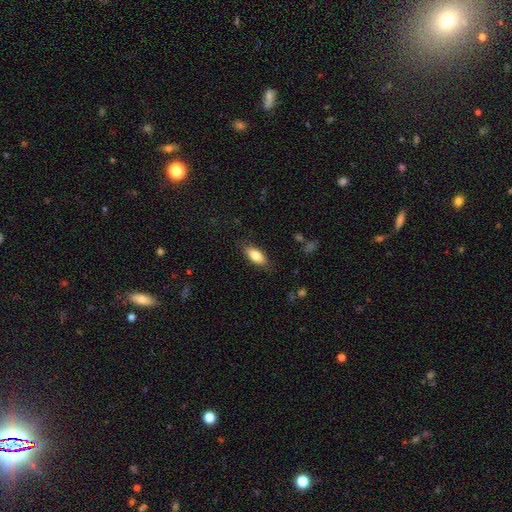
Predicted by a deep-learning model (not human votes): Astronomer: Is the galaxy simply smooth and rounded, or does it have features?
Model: smooth — 79%.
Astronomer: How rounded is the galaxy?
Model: in between — 83%.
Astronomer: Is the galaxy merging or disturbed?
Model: none — 83%.